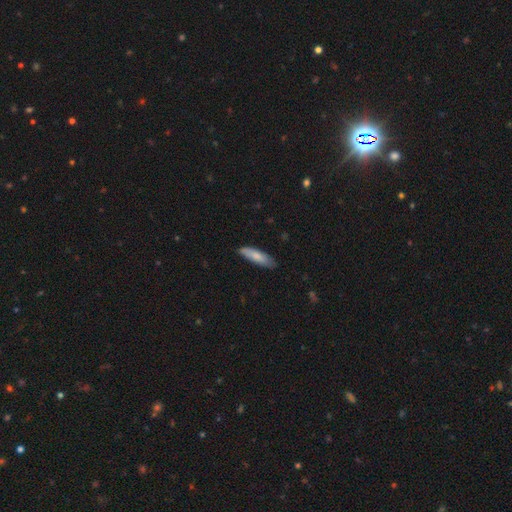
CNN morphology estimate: Smooth or featured? Predicted: smooth (p=0.80). How rounded? Predicted: cigar-shaped (p=0.60). Merging? Predicted: none (p=0.78).